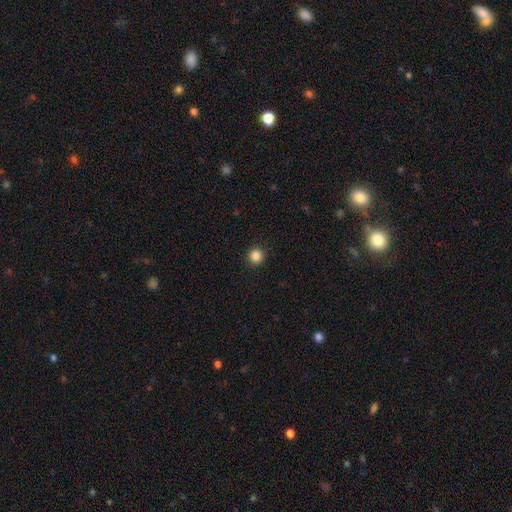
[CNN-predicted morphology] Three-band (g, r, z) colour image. It shows a smooth galaxy with no disk features (86%) that is round (93%). Merging: none (93%).